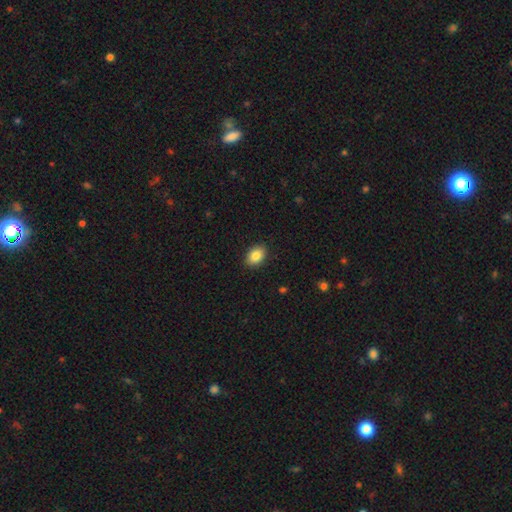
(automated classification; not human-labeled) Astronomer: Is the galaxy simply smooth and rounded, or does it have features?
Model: smooth — 86%.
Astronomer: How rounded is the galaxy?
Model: in between — 81%.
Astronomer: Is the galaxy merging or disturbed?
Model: none — 89%.